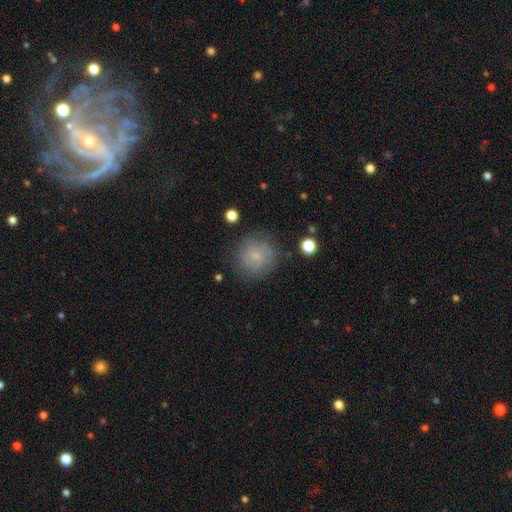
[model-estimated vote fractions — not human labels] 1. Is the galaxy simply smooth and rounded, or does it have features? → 58% smooth, 31% featured or disk, 11% star or artifact.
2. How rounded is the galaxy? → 90% round, 9% in between, 1% cigar-shaped.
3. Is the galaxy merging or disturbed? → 74% none, 17% minor disturbance, 7% major disturbance, 2% merger.